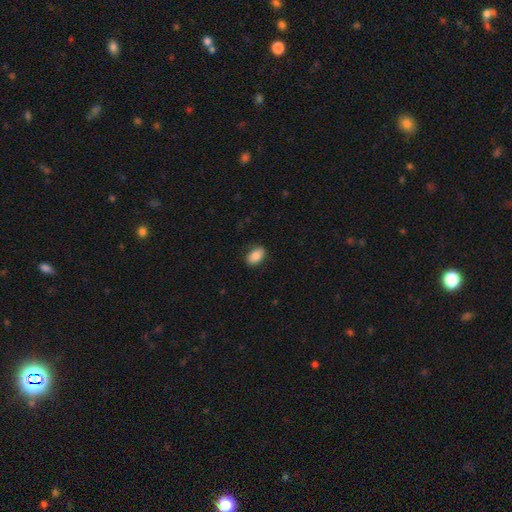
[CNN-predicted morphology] smooth_or_featured: smooth (p=0.86) [alt: star or artifact p=0.08]
how_rounded: in between (p=0.88) [alt: round p=0.10]
merging: none (p=0.84) [alt: minor disturbance p=0.12]